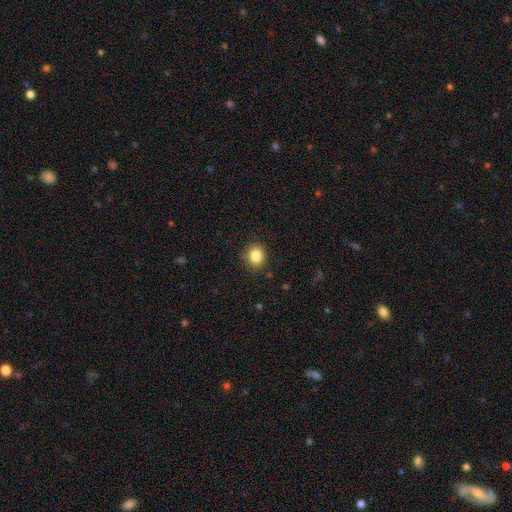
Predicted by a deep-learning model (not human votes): This appears to be a smooth galaxy with no disk features (85%) that is round (72%). Merging: none (85%).